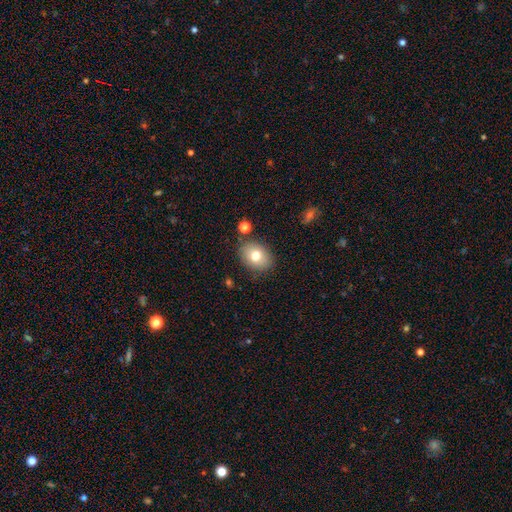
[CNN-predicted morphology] The model was most divided on "how rounded": in between: 60%, round: 39%, cigar-shaped: 1%. More confident: merging — none (83%); smooth or featured — smooth (76%).